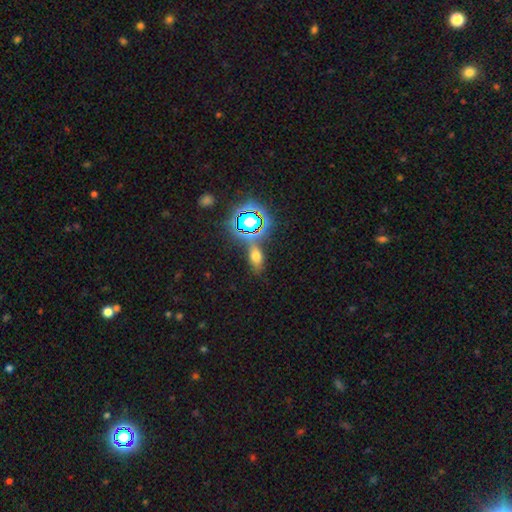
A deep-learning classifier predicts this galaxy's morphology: This is possibly a smooth galaxy (55%). How rounded: likely in between (75%). Merging: likely none (72%).